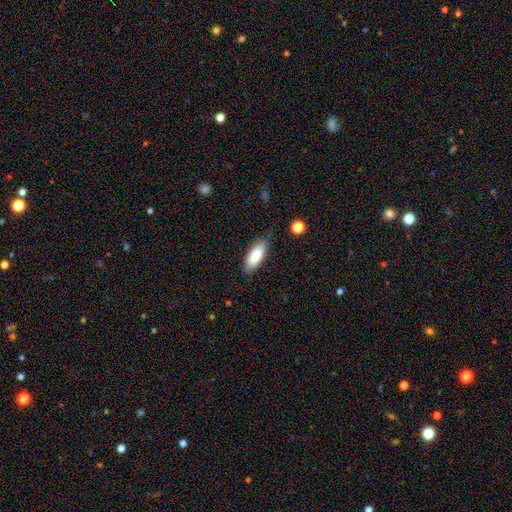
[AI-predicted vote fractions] Smooth or featured?
  - smooth: 84% *
  - featured or disk: 10%
  - star or artifact: 6%
How rounded?
  - in between: 75% *
  - cigar-shaped: 23%
  - round: 2%
Merging?
  - none: 78% *
  - minor disturbance: 17%
  - major disturbance: 4%
  - merger: 2%